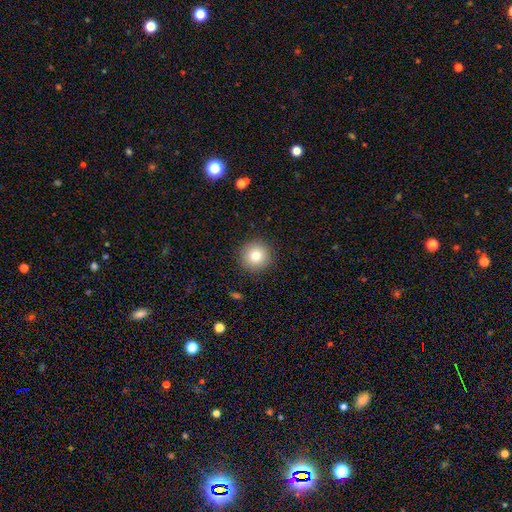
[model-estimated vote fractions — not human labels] smooth_or_featured: smooth (p=0.79) [alt: star or artifact p=0.11]
how_rounded: round (p=0.95) [alt: in between p=0.04]
merging: none (p=0.91) [alt: minor disturbance p=0.06]